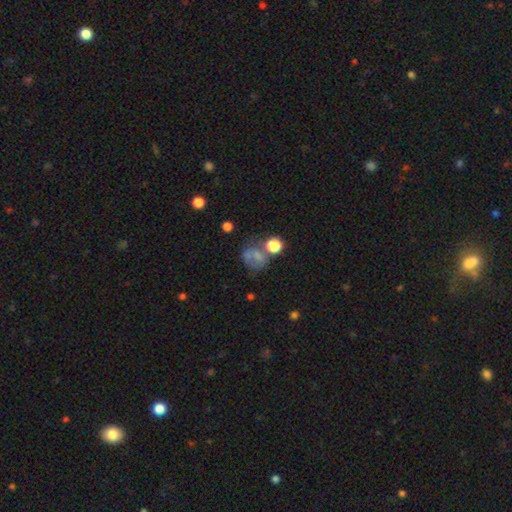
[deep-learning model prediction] This is possibly a smooth galaxy (56%). How rounded: possibly round (58%). Merging: marginally none (39%).